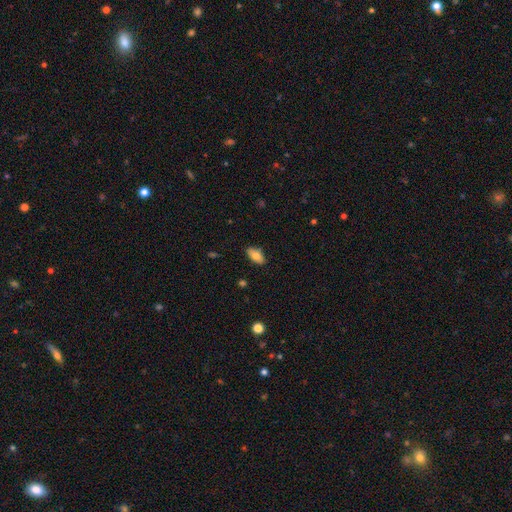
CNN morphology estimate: This is likely a smooth galaxy (75%). How rounded: clearly in between (87%). Merging: clearly none (84%).